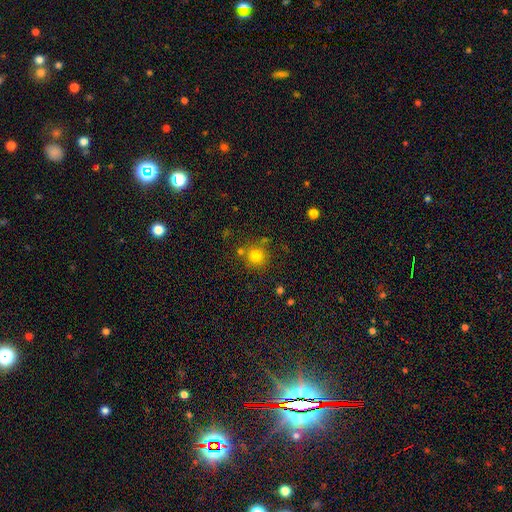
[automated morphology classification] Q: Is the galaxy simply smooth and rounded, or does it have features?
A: smooth — 77%.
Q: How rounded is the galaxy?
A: round — 92%.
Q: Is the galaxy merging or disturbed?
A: none — 77%.